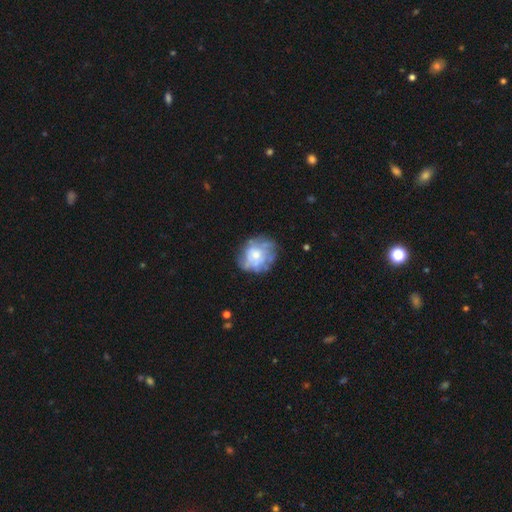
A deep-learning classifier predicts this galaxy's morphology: Q: Smooth or featured?
A: featured or disk (54%); runner-up: smooth (38%)
Q: Edge-on disk?
A: no (97%); runner-up: yes (3%)
Q: Bar?
A: no (87%); runner-up: weak (11%)
Q: Spiral arms?
A: no (64%); runner-up: yes (36%)
Q: Bulge size?
A: moderate (45%); runner-up: small (40%)
Q: Merging?
A: none (61%); runner-up: minor disturbance (23%)